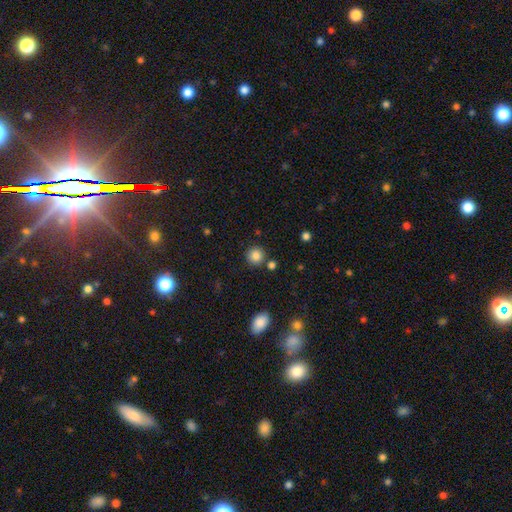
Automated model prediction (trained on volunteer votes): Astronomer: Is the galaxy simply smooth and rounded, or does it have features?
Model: smooth — 84%.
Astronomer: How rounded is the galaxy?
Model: round — 92%.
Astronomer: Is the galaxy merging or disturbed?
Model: none — 83%.